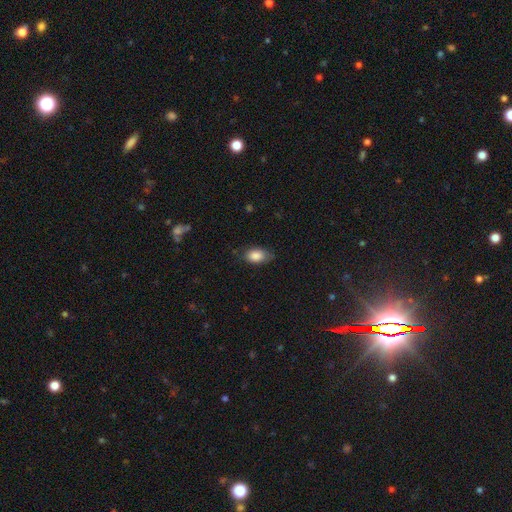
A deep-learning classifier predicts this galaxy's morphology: smooth 86%, star or artifact 7%, featured or disk 7%. Down the decision tree: how rounded — in between (89%); merging — none (72%).